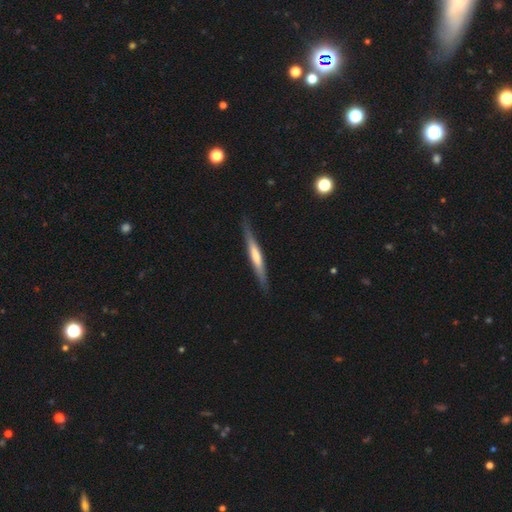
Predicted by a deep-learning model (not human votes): A featured or disk galaxy (51%) viewed edge-on (95%).

Vote fractions:
- Smooth or featured? featured or disk: 51% / smooth: 44% / star or artifact: 5%
- Edge-on disk? yes: 95% / no: 5%
- Merging? none: 86% / minor disturbance: 11% / major disturbance: 2% / merger: 1%